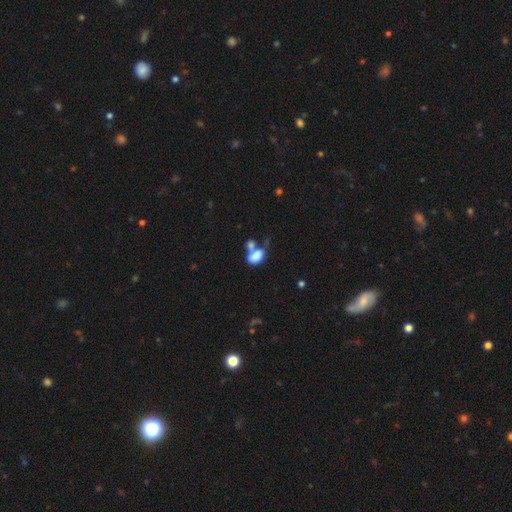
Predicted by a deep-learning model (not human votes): This is likely a smooth galaxy (79%). How rounded: clearly in between (88%). Merging: possibly merger (54%).